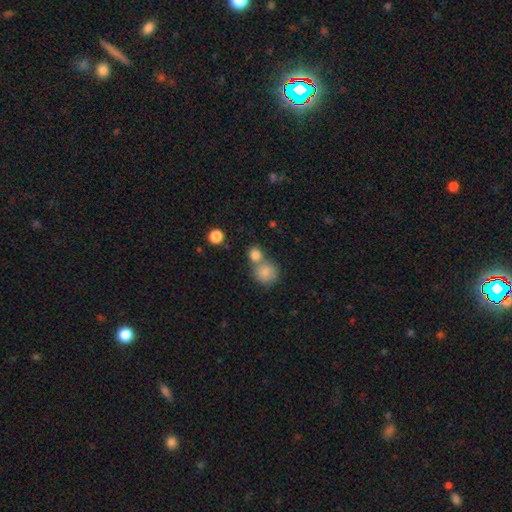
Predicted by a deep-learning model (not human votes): The model was most divided on "merging": none: 46%, merger: 43%, minor disturbance: 8%, major disturbance: 3%. More confident: smooth or featured — smooth (83%); how rounded — round (82%).